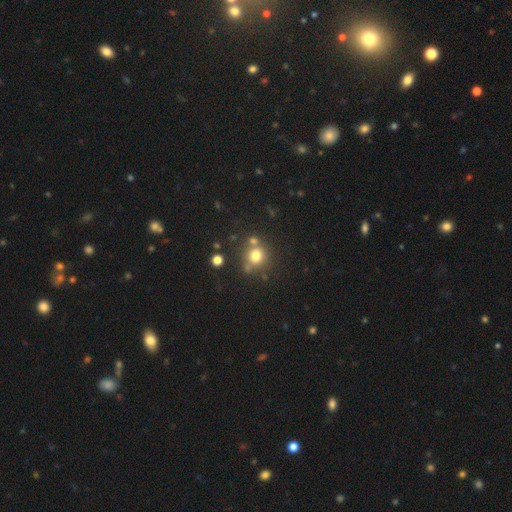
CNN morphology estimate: smooth 75%, star or artifact 15%, featured or disk 10%. Down the decision tree: how rounded — round (86%); merging — none (66%).